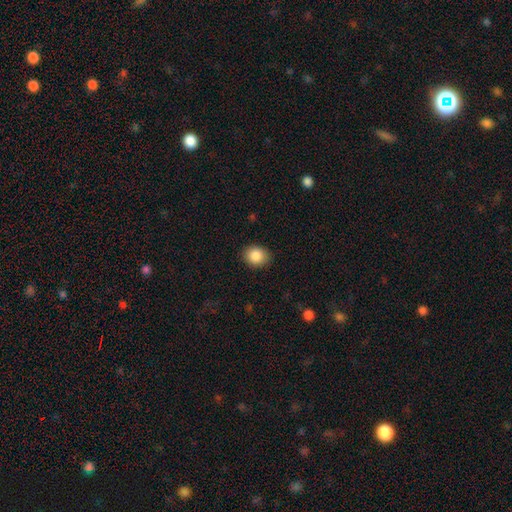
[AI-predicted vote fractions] smooth_or_featured: smooth (p=0.87) [alt: star or artifact p=0.08]
how_rounded: round (p=0.55) [alt: in between p=0.44]
merging: none (p=0.88) [alt: minor disturbance p=0.09]